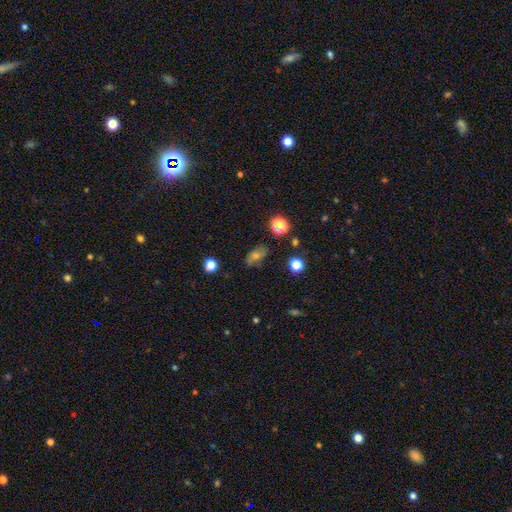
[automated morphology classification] A smooth galaxy with no disk features (53%) that is in between round and cigar-shaped (77%).

Vote fractions:
- Smooth or featured? smooth: 53% / featured or disk: 28% / star or artifact: 19%
- How rounded? in between: 77% / round: 18% / cigar-shaped: 6%
- Merging? none: 69% / minor disturbance: 21% / major disturbance: 7% / merger: 2%